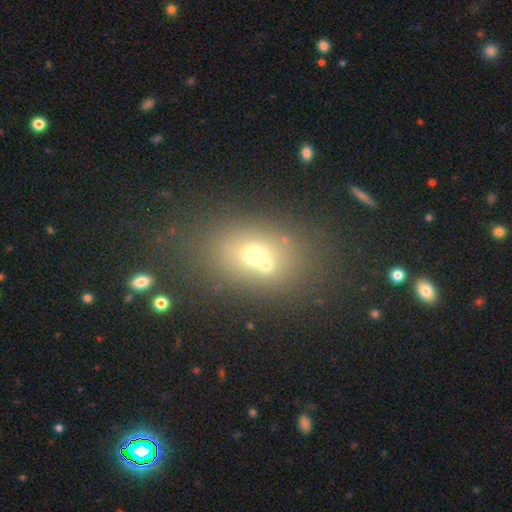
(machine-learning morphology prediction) This is possibly a smooth galaxy (55%). How rounded: likely in between (61%). Merging: possibly none (47%).